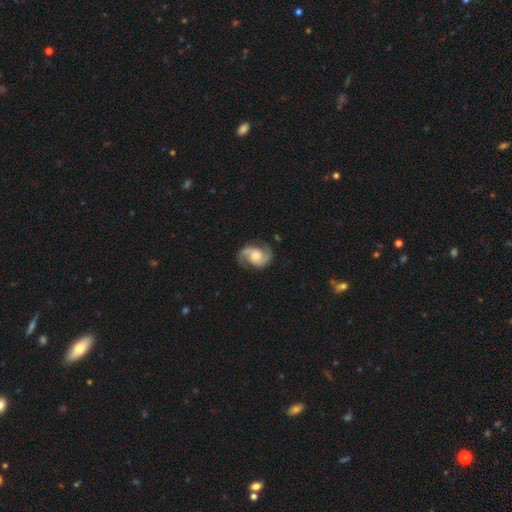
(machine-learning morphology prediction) A featured or disk galaxy (85%) with no bar (61%), 2 (92%) medium (52%) spiral arms (97%) and a moderate central bulge (48%). Merging: none (77%).